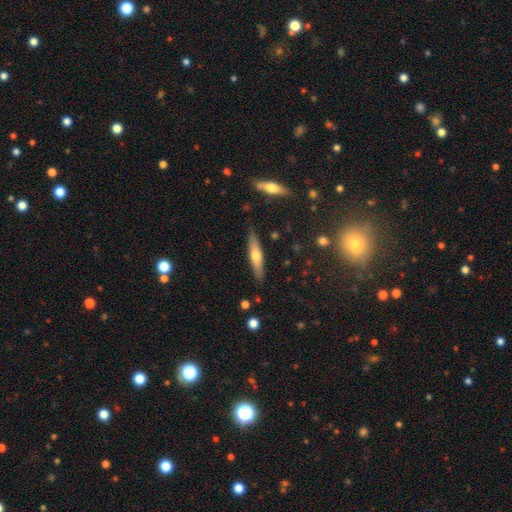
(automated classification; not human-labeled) smooth 51%, featured or disk 43%, star or artifact 6%. Down the decision tree: how rounded — cigar-shaped (80%); merging — none (86%).